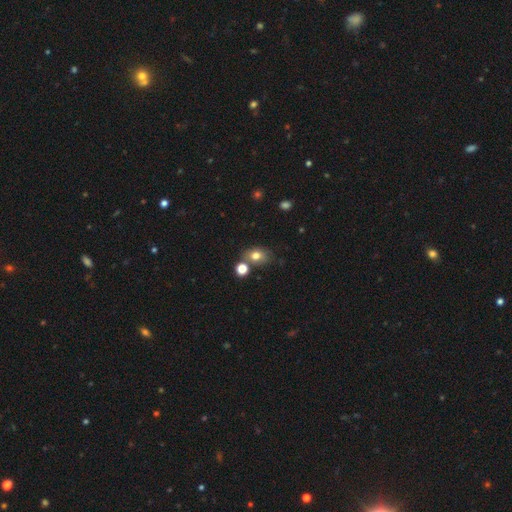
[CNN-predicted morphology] Q: Smooth or featured?
A: smooth (76%); runner-up: star or artifact (13%)
Q: How rounded?
A: in between (60%); runner-up: round (39%)
Q: Merging?
A: none (63%); runner-up: merger (17%)